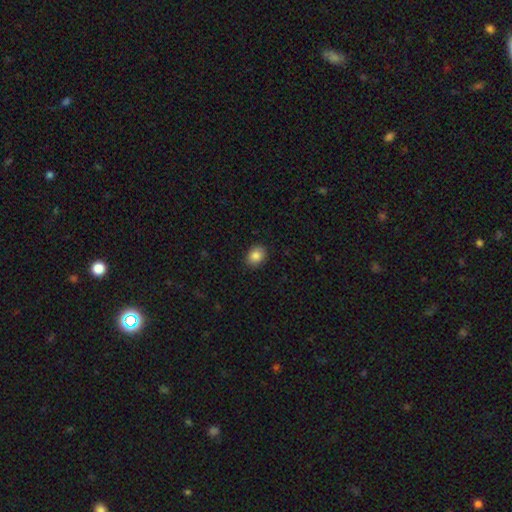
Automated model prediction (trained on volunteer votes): smooth 86%, star or artifact 9%, featured or disk 6%. Down the decision tree: how rounded — in between (61%); merging — none (89%).